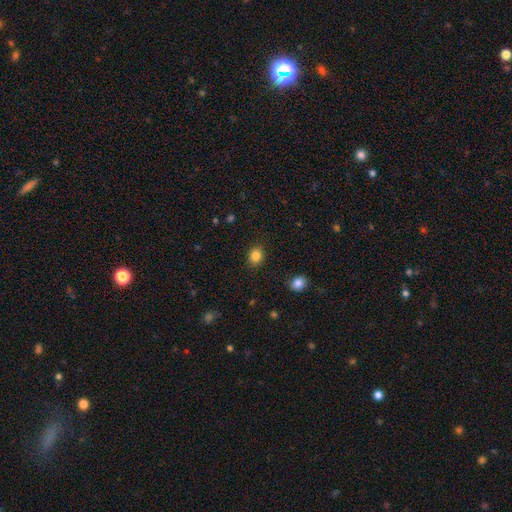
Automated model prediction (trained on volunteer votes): This is clearly a smooth galaxy (84%). How rounded: likely round (64%). Merging: clearly none (88%).